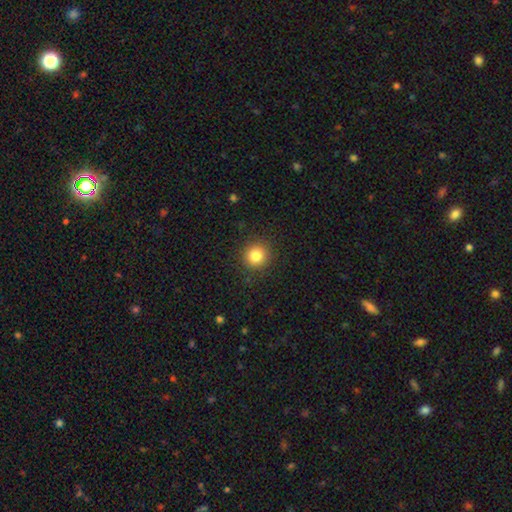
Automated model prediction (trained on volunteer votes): smooth 83%, star or artifact 11%, featured or disk 6%. Down the decision tree: how rounded — round (92%); merging — none (90%).